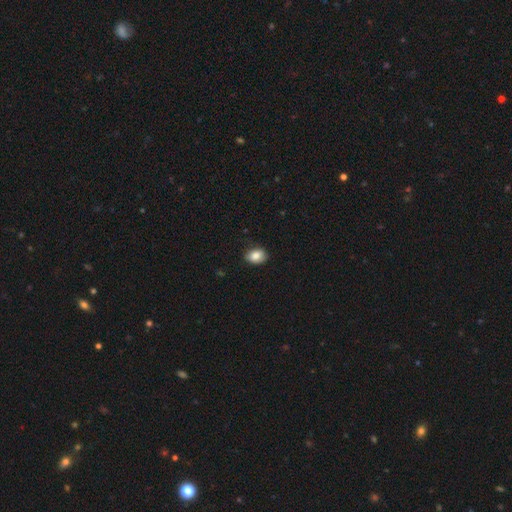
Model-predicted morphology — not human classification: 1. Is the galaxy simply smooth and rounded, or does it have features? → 85% smooth, 8% star or artifact, 7% featured or disk.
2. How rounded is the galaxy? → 75% in between, 24% round, 1% cigar-shaped.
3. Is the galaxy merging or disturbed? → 81% none, 15% minor disturbance, 3% major disturbance, 1% merger.